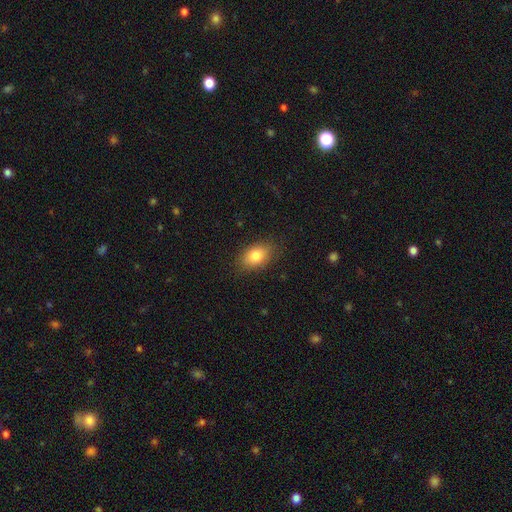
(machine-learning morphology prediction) Overall: smooth (82%). How rounded: in between (85%). Merging: none (84%).